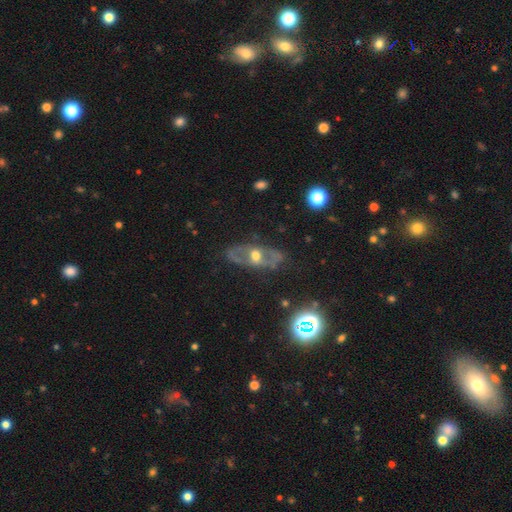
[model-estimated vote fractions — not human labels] This appears to be a featured or disk galaxy (70%) with no bar (67%), no spiral arms (64%) and a moderate central bulge (74%). Merging: none (77%).